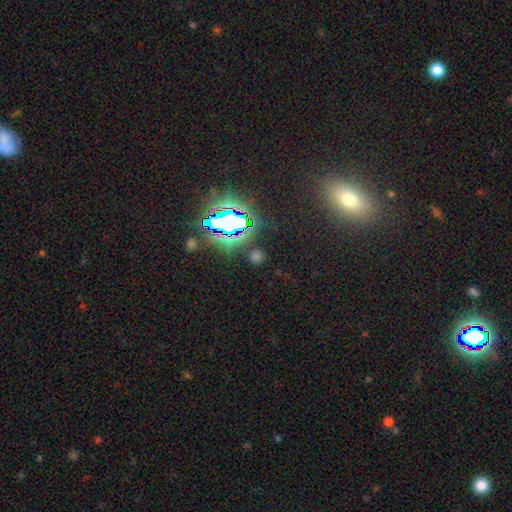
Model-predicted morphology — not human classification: Smooth or featured?
  - star or artifact: 53% *
  - smooth: 39%
  - featured or disk: 8%